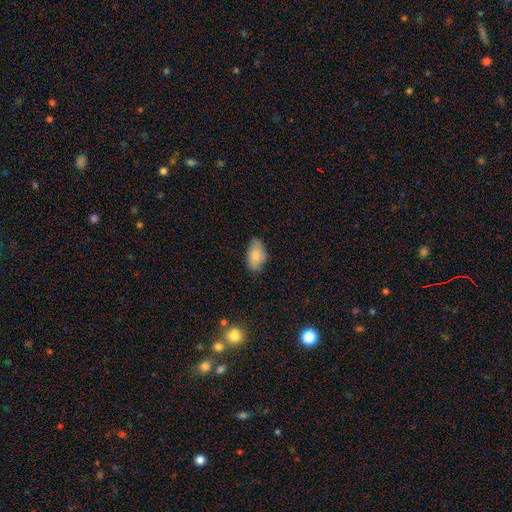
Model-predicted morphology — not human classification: A smooth galaxy with no disk features (83%) that is in between round and cigar-shaped (93%). Merging: none (74%).